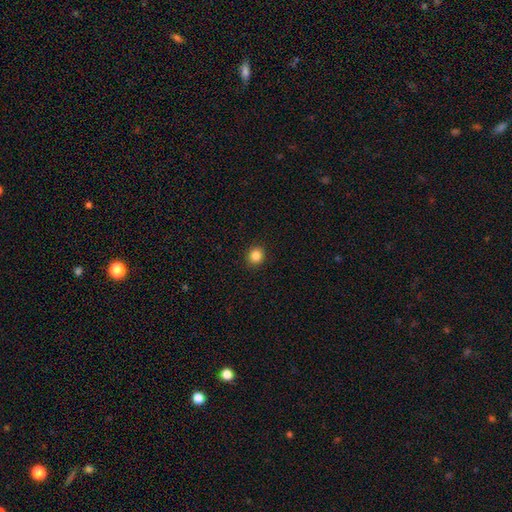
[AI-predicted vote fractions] A smooth galaxy with no disk features (85%) that is round (87%). Merging: none (92%).